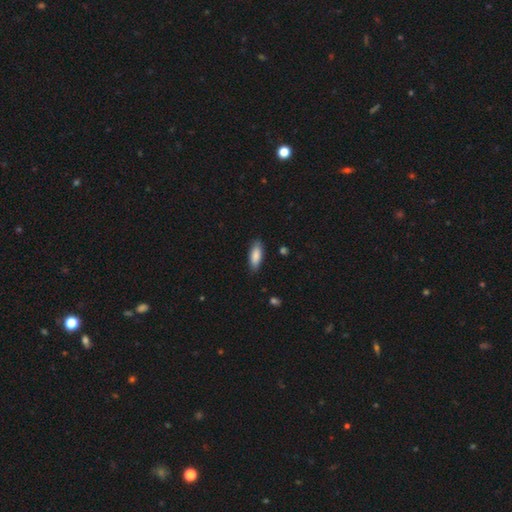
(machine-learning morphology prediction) The model was most divided on "how rounded": in between: 69%, cigar-shaped: 29%, round: 2%. More confident: smooth or featured — smooth (86%); merging — none (85%).